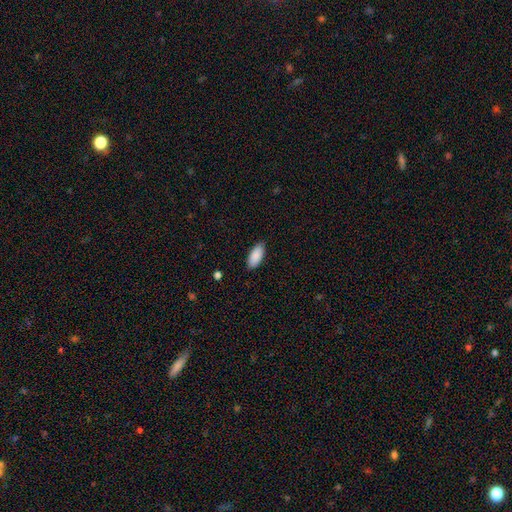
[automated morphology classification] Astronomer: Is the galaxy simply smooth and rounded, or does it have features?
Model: smooth — 90%.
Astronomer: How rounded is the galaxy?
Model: in between — 89%.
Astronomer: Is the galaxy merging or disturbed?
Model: none — 87%.